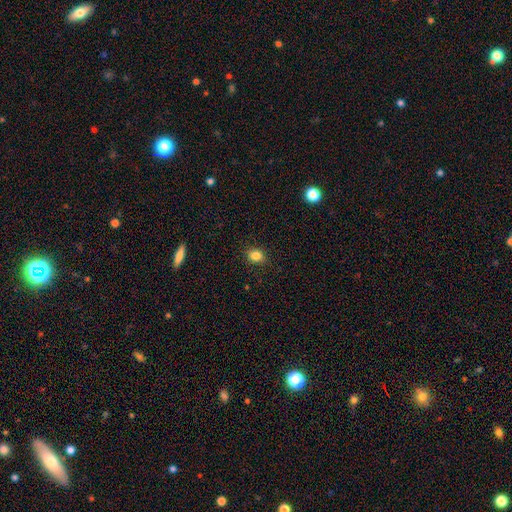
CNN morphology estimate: smooth_or_featured: smooth (p=0.84) [alt: star or artifact p=0.11]
how_rounded: round (p=0.53) [alt: in between p=0.46]
merging: none (p=0.88) [alt: minor disturbance p=0.09]